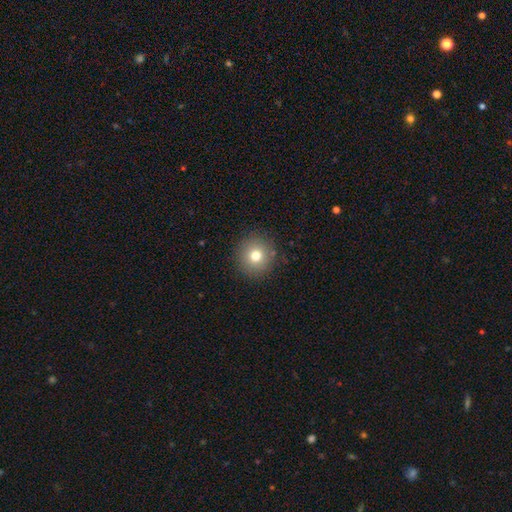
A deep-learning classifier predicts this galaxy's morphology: A smooth galaxy with no disk features (76%) that is round (93%).

Vote fractions:
- Smooth or featured? smooth: 76% / star or artifact: 13% / featured or disk: 11%
- How rounded? round: 93% / in between: 6% / cigar-shaped: 1%
- Merging? none: 89% / minor disturbance: 7% / major disturbance: 3% / merger: 1%